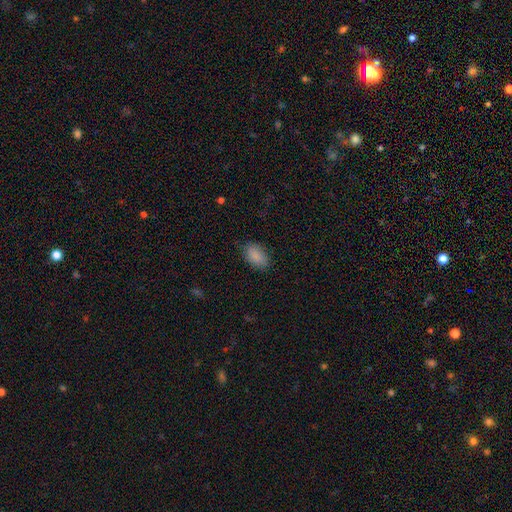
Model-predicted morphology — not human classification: Overall: smooth (88%). How rounded: in between (90%). Merging: none (83%).